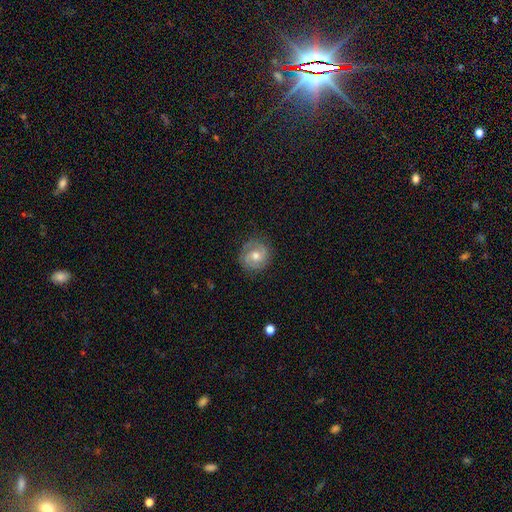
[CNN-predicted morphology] Smooth or featured? Predicted: featured or disk (p=0.67). Edge-on disk? Predicted: no (p=0.98). Bar? Predicted: no (p=0.56). Spiral arms? Predicted: yes (p=0.88). Spiral winding? Predicted: tight (p=0.49). Spiral arm count? Predicted: 2 (p=0.80). Bulge size? Predicted: moderate (p=0.72). Merging? Predicted: none (p=0.82).